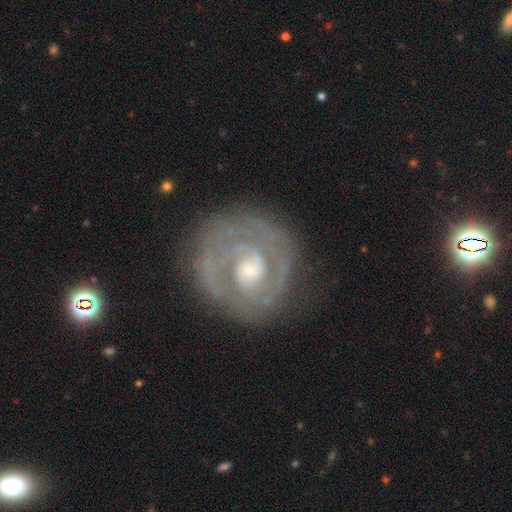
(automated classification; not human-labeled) A featured or disk galaxy (79%) with no bar (61%), tight (71%) spiral arms (74%) and a moderate central bulge (54%).

Vote fractions:
- Smooth or featured? featured or disk: 79% / smooth: 14% / star or artifact: 7%
- Edge-on disk? no: 97% / yes: 3%
- Bar? no: 61% / weak: 30% / strong: 9%
- Spiral arms? yes: 74% / no: 26%
- Spiral winding? tight: 71% / medium: 21% / loose: 7%
- Spiral arm count? can't tell: 42% / 2: 29% / 3: 10% / 1: 10% / 4: 5% / more than 4: 4%
- Bulge size? moderate: 54% / small: 34% / large: 8% / none: 3% / dominant: 1%
- Merging? none: 75% / minor disturbance: 15% / major disturbance: 8% / merger: 2%